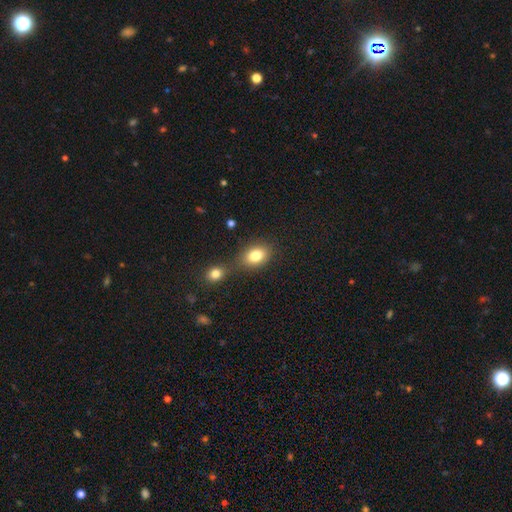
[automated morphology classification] Smooth or featured? smooth (82%)
How rounded? in between (71%)
Merging? none (59%)